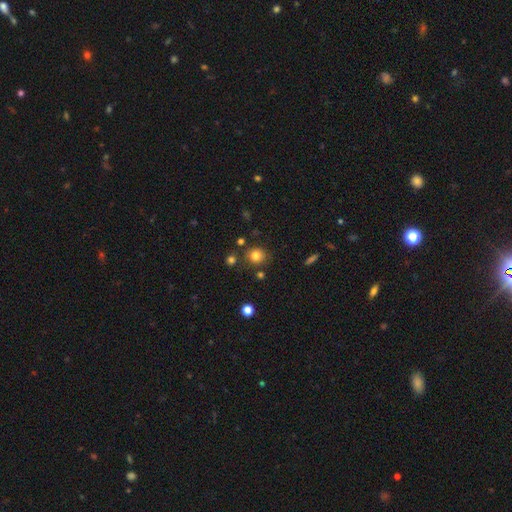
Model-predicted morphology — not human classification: A smooth galaxy with no disk features (80%) that is round (85%). Merging: none (81%).